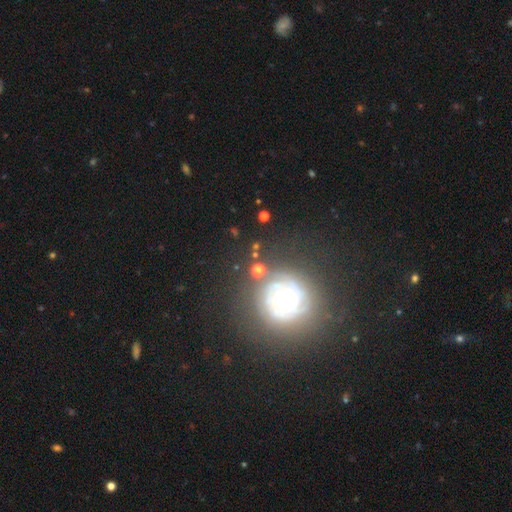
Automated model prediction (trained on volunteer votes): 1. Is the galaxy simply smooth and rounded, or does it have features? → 38% smooth, 36% featured or disk, 26% star or artifact.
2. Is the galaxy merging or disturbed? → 80% none, 10% minor disturbance, 8% major disturbance, 3% merger.